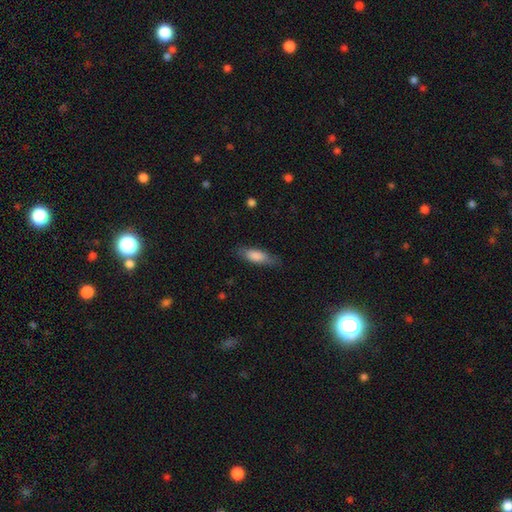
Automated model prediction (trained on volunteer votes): A smooth galaxy with no disk features (81%) that is in between round and cigar-shaped (56%).

Vote fractions:
- Smooth or featured? smooth: 81% / featured or disk: 13% / star or artifact: 6%
- How rounded? in between: 56% / cigar-shaped: 42% / round: 2%
- Merging? none: 79% / minor disturbance: 16% / major disturbance: 4% / merger: 1%